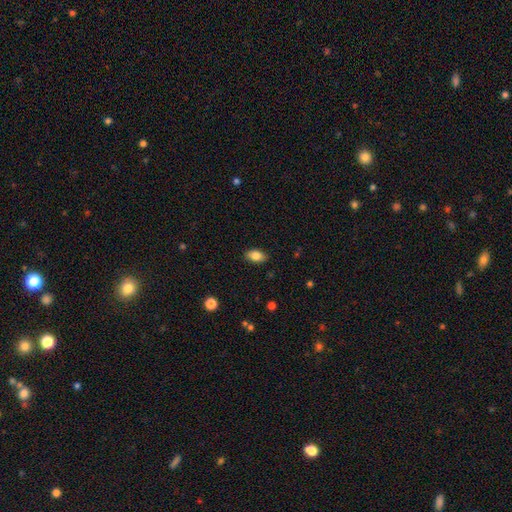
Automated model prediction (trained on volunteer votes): Overall: smooth (84%). How rounded: in between (91%). Merging: none (88%).